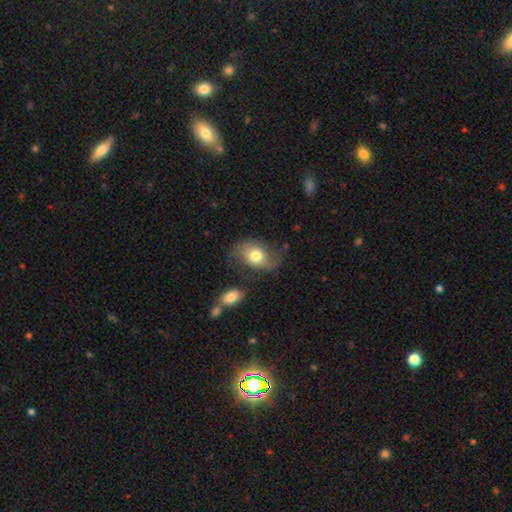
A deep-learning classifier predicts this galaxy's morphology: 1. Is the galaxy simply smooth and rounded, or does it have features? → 52% smooth, 40% featured or disk, 8% star or artifact.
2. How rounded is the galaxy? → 74% in between, 24% round, 1% cigar-shaped.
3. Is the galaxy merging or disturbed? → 62% none, 22% minor disturbance, 11% major disturbance, 5% merger.